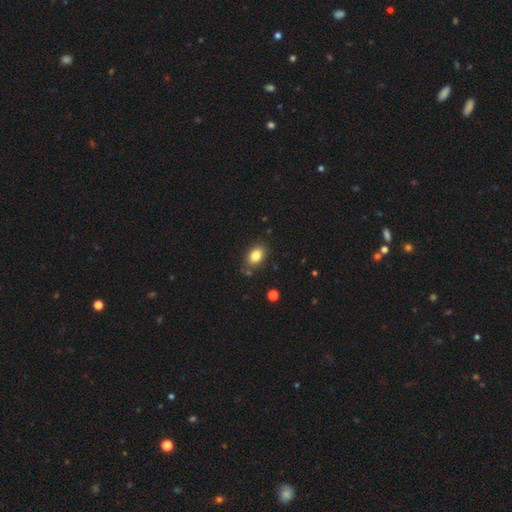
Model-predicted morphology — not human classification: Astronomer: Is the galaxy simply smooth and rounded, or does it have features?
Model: smooth — 83%.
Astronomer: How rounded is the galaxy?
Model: in between — 83%.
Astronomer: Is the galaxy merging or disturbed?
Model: none — 81%.